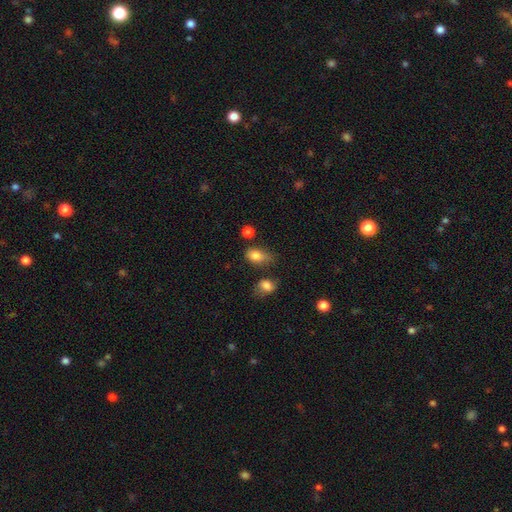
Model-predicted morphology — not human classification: smooth_or_featured: smooth (p=0.82) [alt: star or artifact p=0.10]
how_rounded: in between (p=0.79) [alt: round p=0.18]
merging: none (p=0.48) [alt: minor disturbance p=0.31]